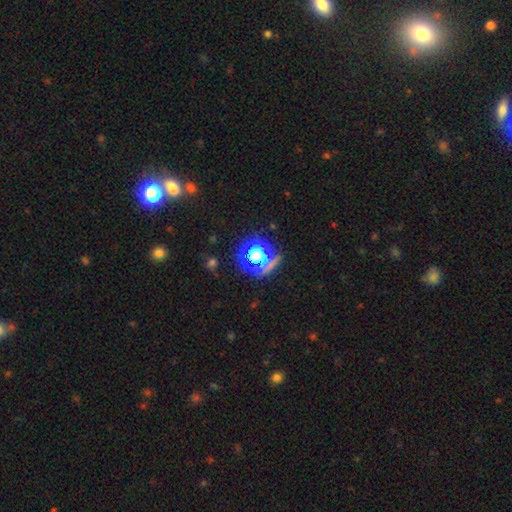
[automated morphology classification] smooth-or-featured: star or artifact: 56% | smooth: 33% | featured or disk: 11%